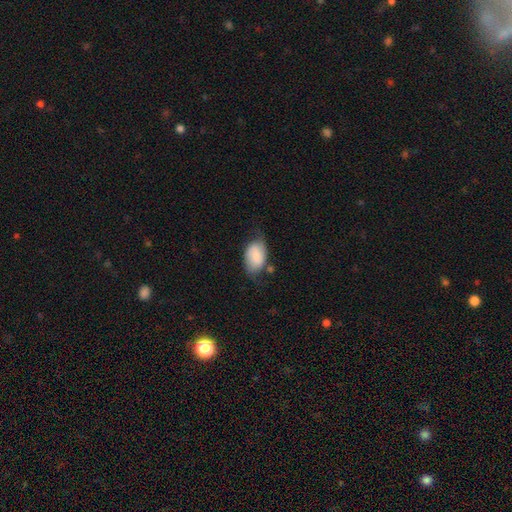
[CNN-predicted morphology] Smooth or featured? Predicted: smooth (p=0.69). How rounded? Predicted: in between (p=0.89). Merging? Predicted: none (p=0.49).